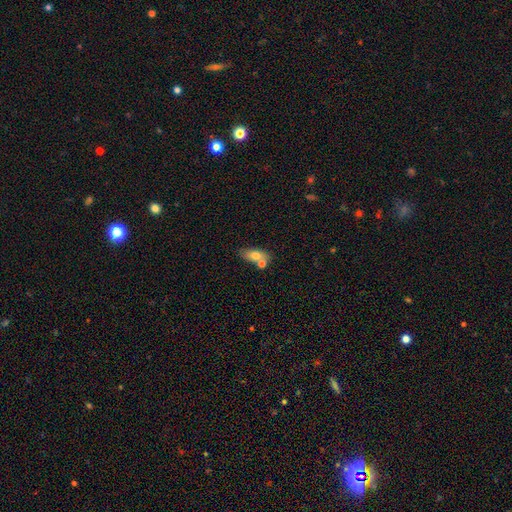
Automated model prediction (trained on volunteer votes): Smooth or featured?
  - smooth: 72% *
  - featured or disk: 20%
  - star or artifact: 8%
How rounded?
  - in between: 82% *
  - cigar-shaped: 10%
  - round: 8%
Merging?
  - none: 53% *
  - merger: 30%
  - minor disturbance: 13%
  - major disturbance: 4%